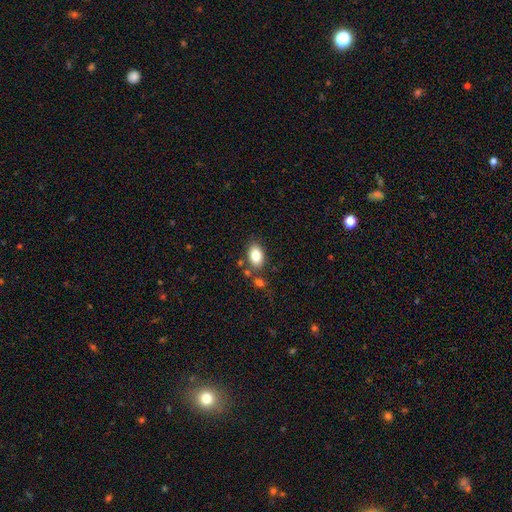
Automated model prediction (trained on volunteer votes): Q: Smooth or featured?
A: smooth (83%); runner-up: featured or disk (9%)
Q: How rounded?
A: in between (88%); runner-up: round (11%)
Q: Merging?
A: none (73%); runner-up: minor disturbance (13%)